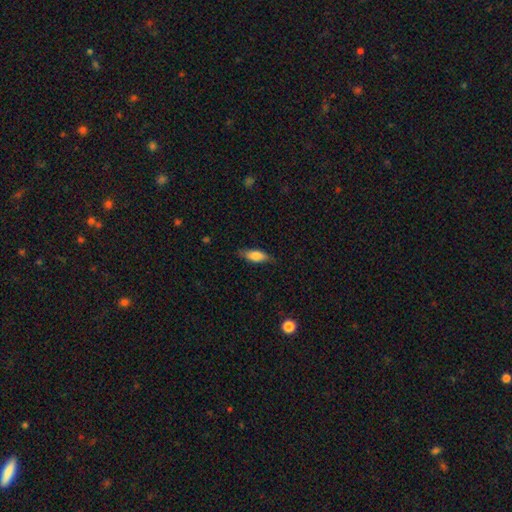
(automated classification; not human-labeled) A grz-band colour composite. It shows a smooth galaxy with no disk features (76%) that is in between round and cigar-shaped (71%). Merging: none (77%).